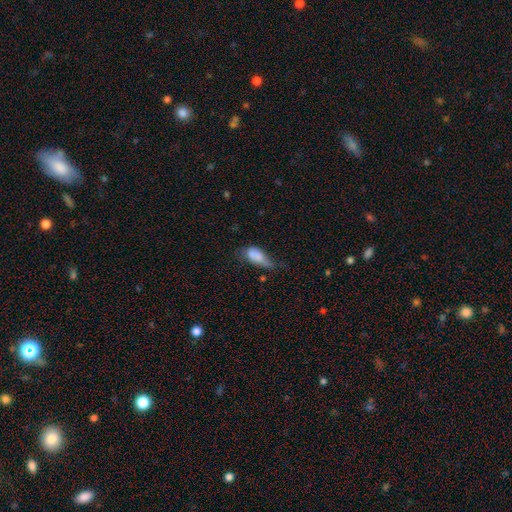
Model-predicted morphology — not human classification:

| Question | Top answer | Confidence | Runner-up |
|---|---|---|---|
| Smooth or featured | smooth | 72% | featured or disk (19%) |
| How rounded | in between | 87% | cigar-shaped (7%) |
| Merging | major disturbance | 38% | minor disturbance (35%) |